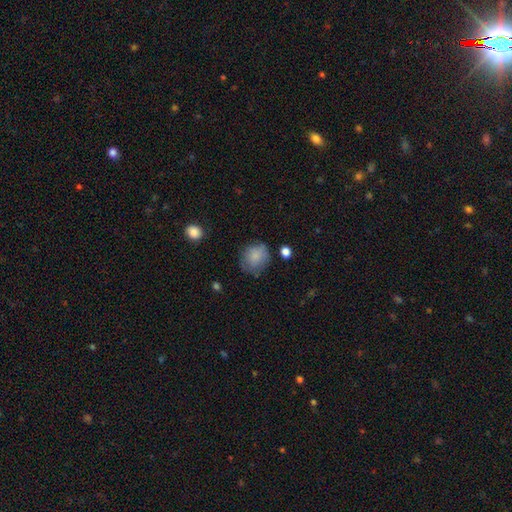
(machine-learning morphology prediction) The model was most divided on "merging": none: 65%, minor disturbance: 24%, major disturbance: 8%, merger: 3%. More confident: smooth or featured — smooth (82%); how rounded — round (73%).